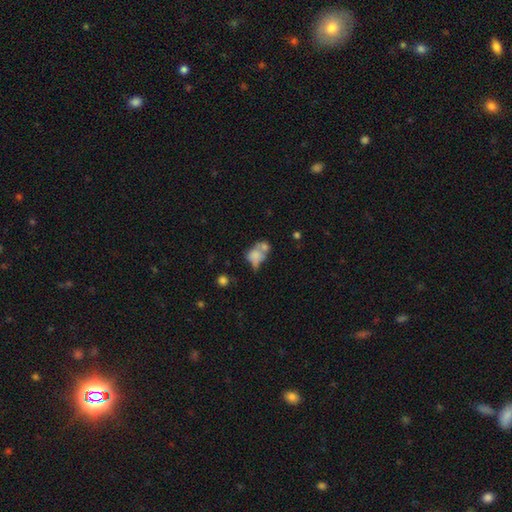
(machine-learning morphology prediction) Overall: smooth (61%; featured or disk 28%). How rounded: in between (67%; round 31%). Merging: merger (54%; none 20%).